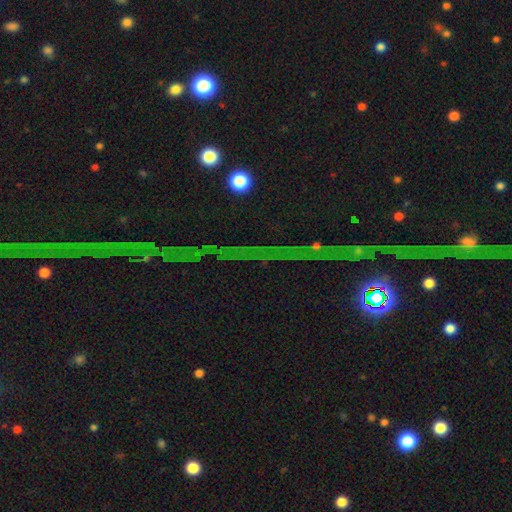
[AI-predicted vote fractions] A star or artifact, not a galaxy (79%).